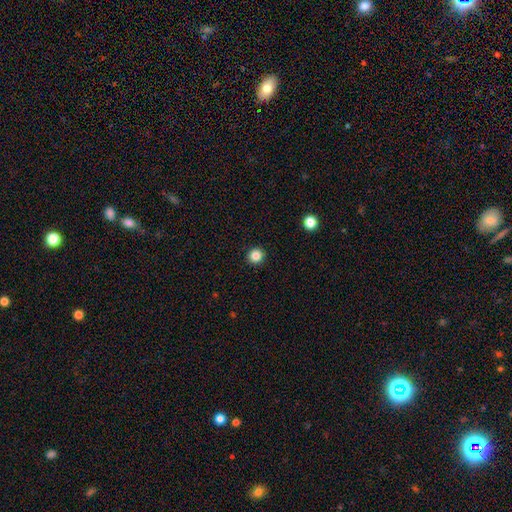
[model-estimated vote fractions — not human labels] This appears to be a smooth galaxy with no disk features (85%) that is round (94%). Merging: none (93%).